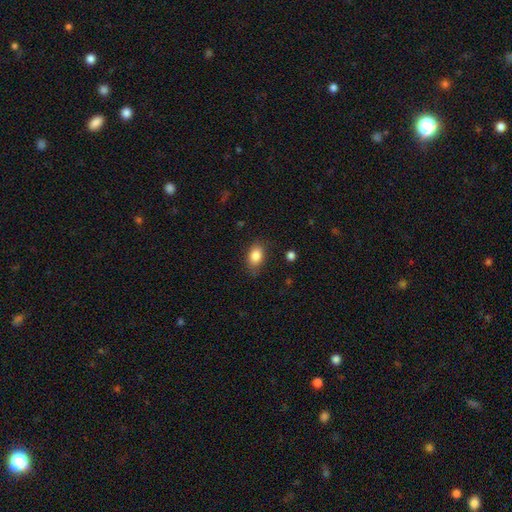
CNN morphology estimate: Smooth or featured?
  - smooth: 85% *
  - star or artifact: 8%
  - featured or disk: 6%
How rounded?
  - in between: 82% *
  - round: 17%
  - cigar-shaped: 1%
Merging?
  - none: 80% *
  - minor disturbance: 15%
  - major disturbance: 4%
  - merger: 1%